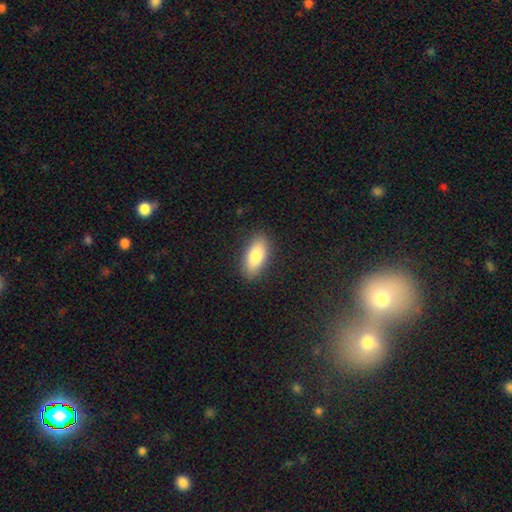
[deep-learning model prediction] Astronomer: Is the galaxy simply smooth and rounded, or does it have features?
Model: smooth — 82%.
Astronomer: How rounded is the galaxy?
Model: in between — 86%.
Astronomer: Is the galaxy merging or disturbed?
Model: none — 88%.